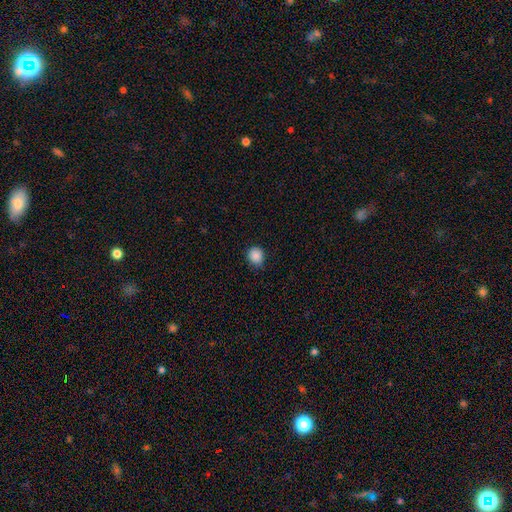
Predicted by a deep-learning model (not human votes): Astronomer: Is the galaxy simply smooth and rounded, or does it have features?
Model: smooth — 87%.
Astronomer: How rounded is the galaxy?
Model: round — 76%.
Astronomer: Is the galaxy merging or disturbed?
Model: none — 81%.